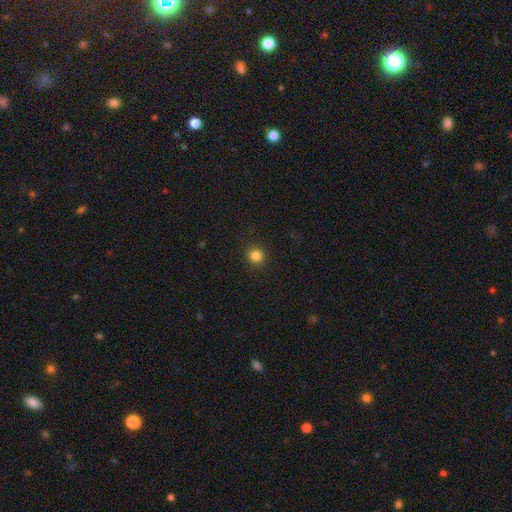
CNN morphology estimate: Smooth or featured?
  - smooth: 83% *
  - star or artifact: 13%
  - featured or disk: 4%
How rounded?
  - round: 93% *
  - in between: 6%
  - cigar-shaped: 1%
Merging?
  - none: 92% *
  - minor disturbance: 5%
  - major disturbance: 2%
  - merger: 1%